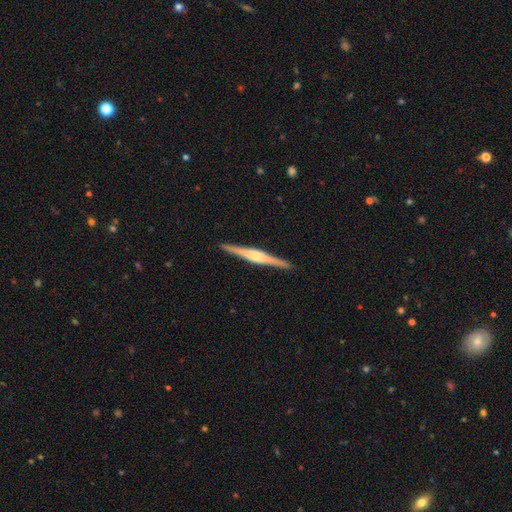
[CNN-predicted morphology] Smooth or featured? featured or disk (81%)
Edge-on disk? yes (99%)
Edge-on bulge? rounded (63%)
Merging? none (92%)